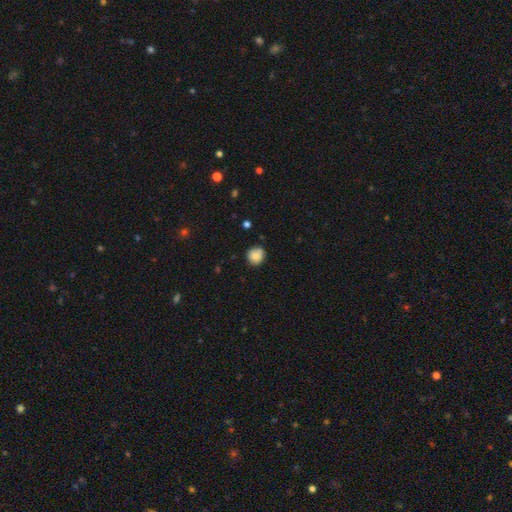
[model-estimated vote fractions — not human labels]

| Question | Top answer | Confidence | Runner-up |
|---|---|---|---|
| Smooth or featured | smooth | 84% | star or artifact (8%) |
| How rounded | round | 89% | in between (10%) |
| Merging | none | 79% | minor disturbance (16%) |